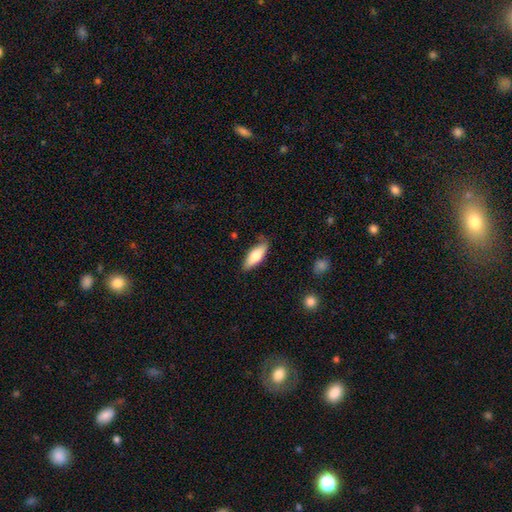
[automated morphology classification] Smooth or featured? Predicted: smooth (p=0.69). How rounded? Predicted: in between (p=0.62). Merging? Predicted: none (p=0.83).